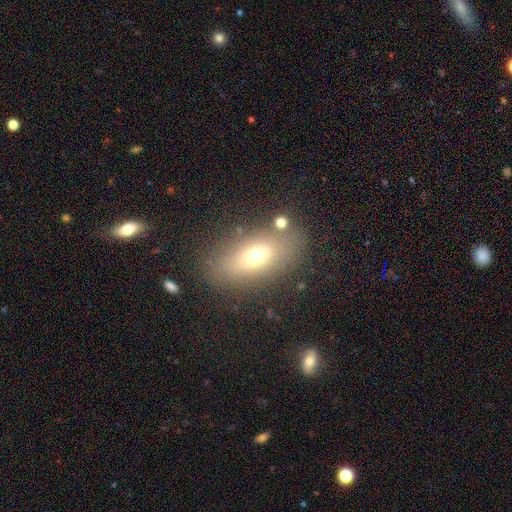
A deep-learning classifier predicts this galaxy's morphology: A smooth galaxy with no disk features (65%) that is in between round and cigar-shaped (81%). Merging: none (78%).